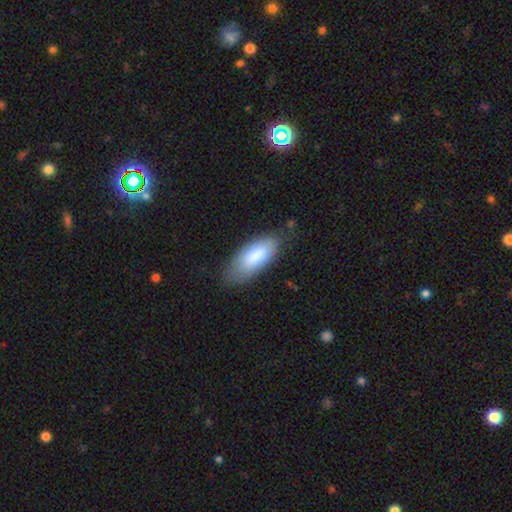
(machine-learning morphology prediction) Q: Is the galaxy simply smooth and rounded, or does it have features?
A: smooth — 84%.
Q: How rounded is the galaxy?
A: in between — 85%.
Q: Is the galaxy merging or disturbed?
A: none — 75%.